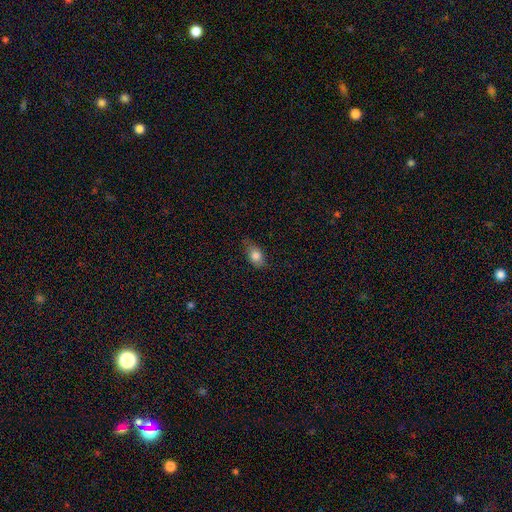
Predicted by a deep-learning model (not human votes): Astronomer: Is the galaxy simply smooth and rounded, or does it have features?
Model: smooth — 80%.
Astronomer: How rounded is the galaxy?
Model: in between — 82%.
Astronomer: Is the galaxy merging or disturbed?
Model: none — 68%.